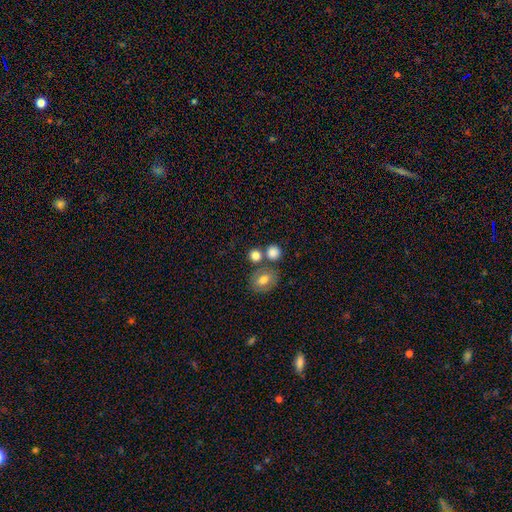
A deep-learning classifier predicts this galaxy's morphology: The model was most divided on "merging": none: 61%, merger: 26%, minor disturbance: 9%, major disturbance: 4%. More confident: smooth or featured — smooth (79%); how rounded — round (78%).